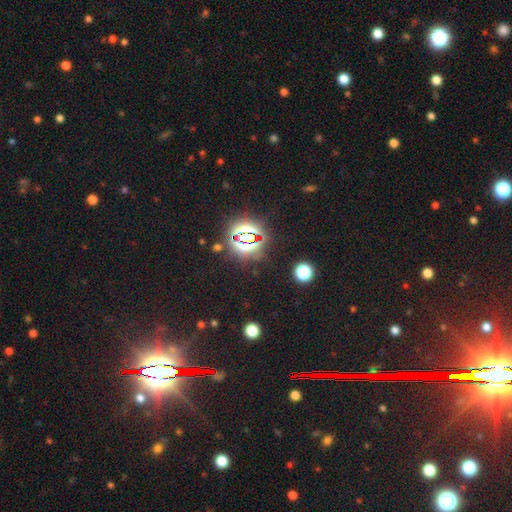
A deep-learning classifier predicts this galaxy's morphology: Smooth or featured? Predicted: star or artifact (p=0.83).